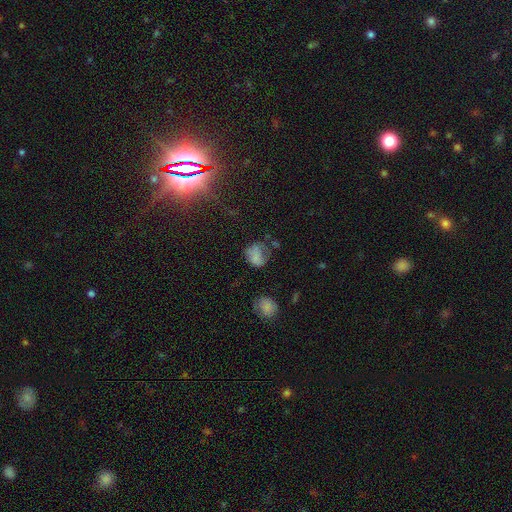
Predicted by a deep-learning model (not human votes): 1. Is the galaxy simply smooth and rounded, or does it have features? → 66% smooth, 18% featured or disk, 16% star or artifact.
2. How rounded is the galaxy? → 50% in between, 49% round, 1% cigar-shaped.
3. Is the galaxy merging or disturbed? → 39% none, 29% minor disturbance, 27% major disturbance, 5% merger.